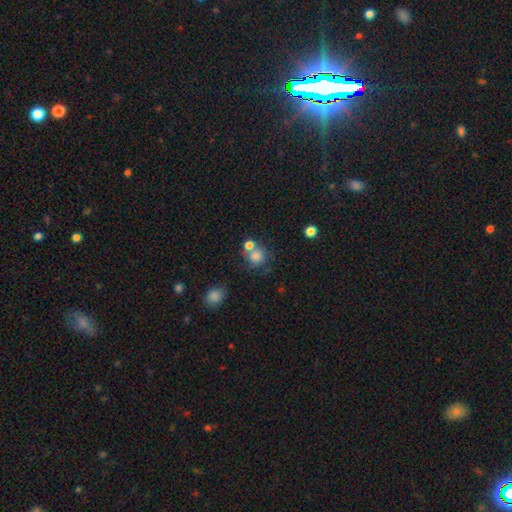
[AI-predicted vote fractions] Smooth or featured: smooth — 78% (star or artifact — 11%)
How rounded: round — 83% (in between — 16%)
Merging: none — 49% (merger — 34%)